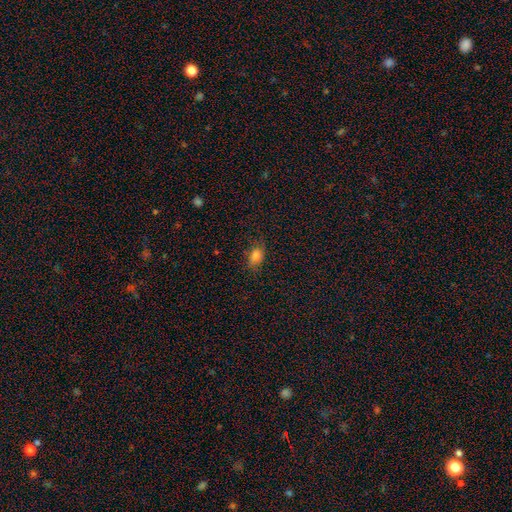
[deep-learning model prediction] This is clearly a smooth galaxy (82%). How rounded: likely in between (80%). Merging: likely none (78%).